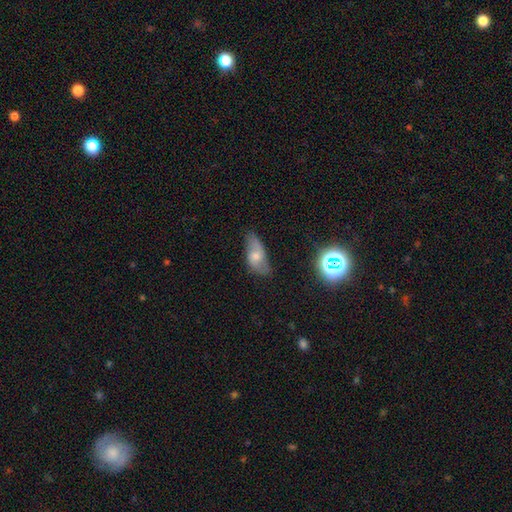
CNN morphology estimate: Smooth or featured: smooth — 46% (featured or disk — 39%)
Merging: none — 58% (minor disturbance — 31%)